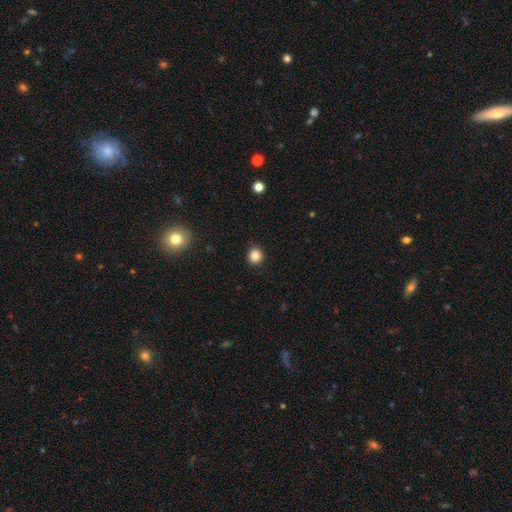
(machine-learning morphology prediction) smooth-or-featured: smooth: 83% | star or artifact: 12% | featured or disk: 5%
  how-rounded: round: 91% | in between: 8% | cigar-shaped: 1%
  merging: none: 92% | minor disturbance: 5% | major disturbance: 2% | merger: 1%